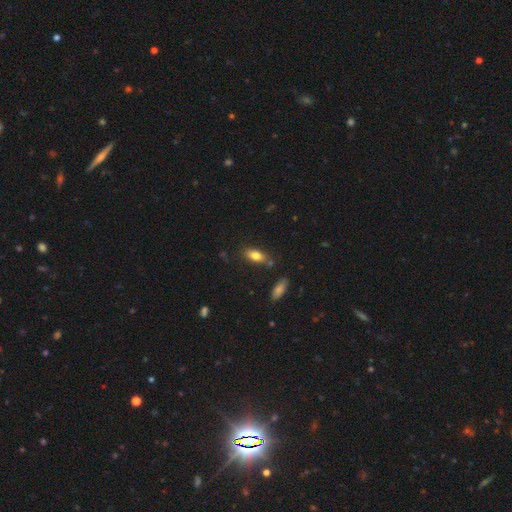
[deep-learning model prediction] Smooth or featured: smooth — 77% (featured or disk — 15%)
How rounded: in between — 82% (cigar-shaped — 14%)
Merging: none — 74% (minor disturbance — 14%)